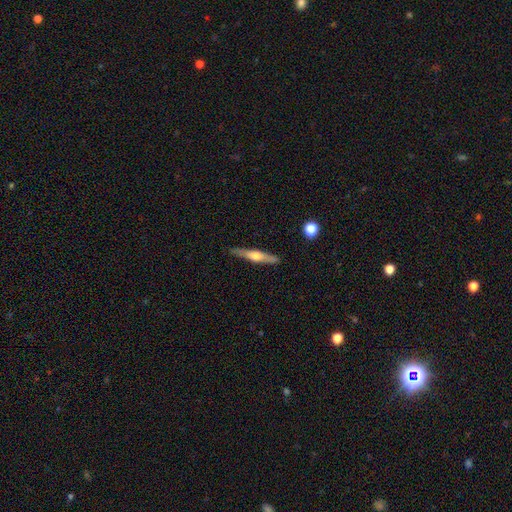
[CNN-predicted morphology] smooth_or_featured: featured or disk (p=0.61) [alt: smooth p=0.33]
disk_edge_on: yes (p=0.96) [alt: no p=0.04]
edge_on_bulge: rounded (p=0.86) [alt: boxy p=0.08]
merging: none (p=0.88) [alt: minor disturbance p=0.08]